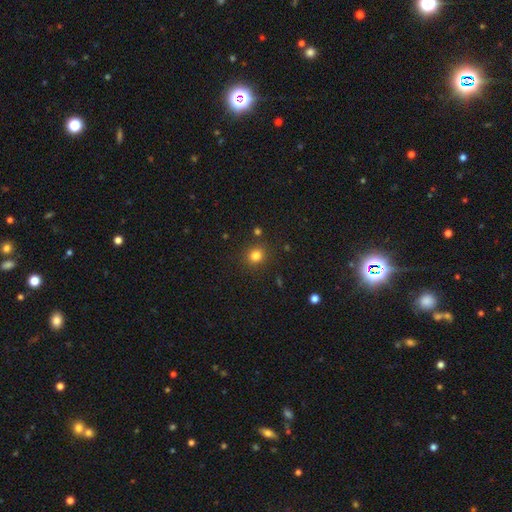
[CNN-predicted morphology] A smooth galaxy with no disk features (81%) that is round (84%).

Vote fractions:
- Smooth or featured? smooth: 81% / star or artifact: 14% / featured or disk: 5%
- How rounded? round: 84% / in between: 15% / cigar-shaped: 1%
- Merging? none: 87% / minor disturbance: 8% / merger: 3% / major disturbance: 3%